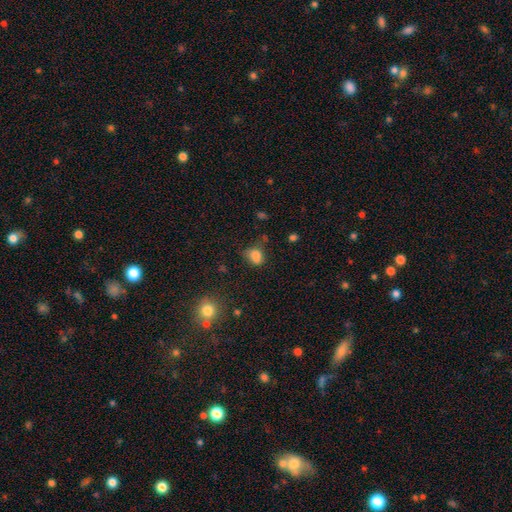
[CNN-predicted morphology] Overall: smooth (81%). How rounded: in between (66%; round 32%). Merging: none (49%; minor disturbance 32%).